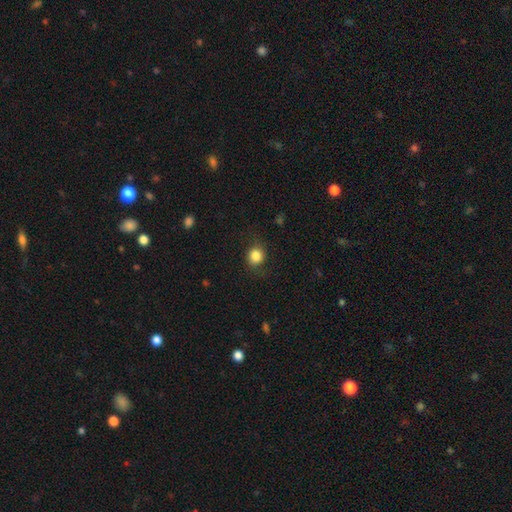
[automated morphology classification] smooth-or-featured: smooth: 83% | star or artifact: 10% | featured or disk: 7%
  how-rounded: round: 79% | in between: 20% | cigar-shaped: 1%
  merging: none: 79% | minor disturbance: 15% | major disturbance: 6% | merger: 1%